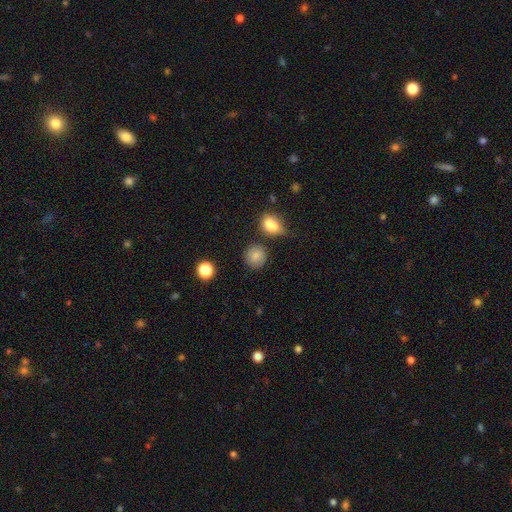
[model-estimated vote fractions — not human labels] Smooth or featured: smooth — 85% (star or artifact — 10%)
How rounded: round — 87% (in between — 12%)
Merging: none — 80% (minor disturbance — 11%)